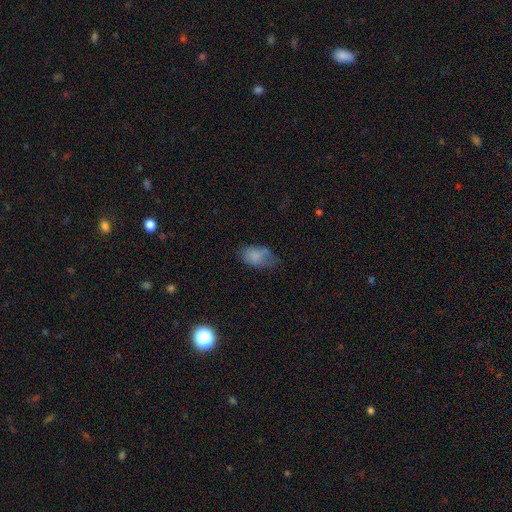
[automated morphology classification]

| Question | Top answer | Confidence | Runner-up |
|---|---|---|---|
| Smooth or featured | smooth | 79% | featured or disk (12%) |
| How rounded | in between | 89% | round (9%) |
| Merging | none | 46% | minor disturbance (34%) |